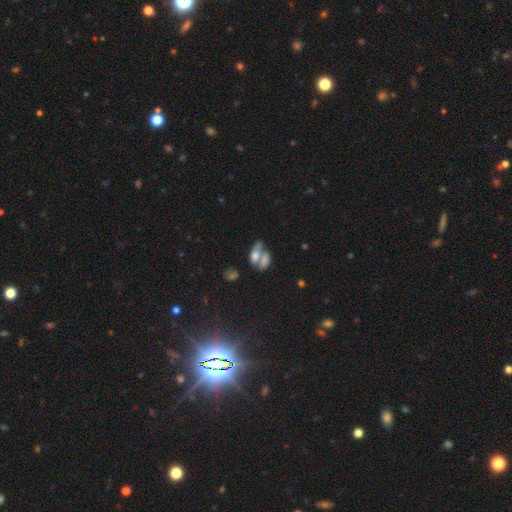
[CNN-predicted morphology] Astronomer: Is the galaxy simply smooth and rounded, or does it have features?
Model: smooth — 58%.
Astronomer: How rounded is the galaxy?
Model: in between — 81%.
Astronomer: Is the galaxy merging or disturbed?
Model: merger — 59%.